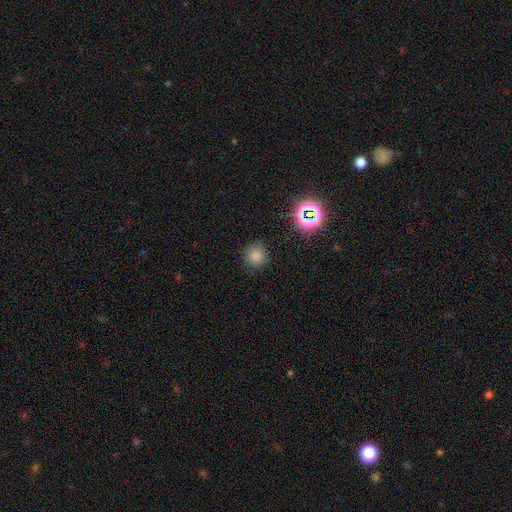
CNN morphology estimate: This appears to be a smooth galaxy with no disk features (76%) that is round (92%). Merging: none (85%).